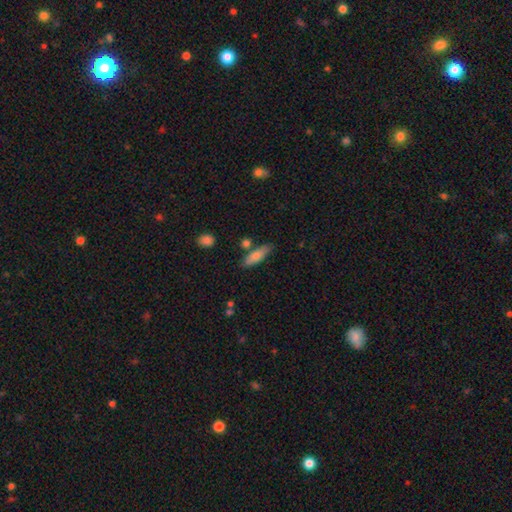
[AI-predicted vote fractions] smooth-or-featured: smooth: 76% | featured or disk: 18% | star or artifact: 6%
  how-rounded: cigar-shaped: 49% | in between: 48% | round: 2%
  merging: none: 74% | minor disturbance: 15% | merger: 8% | major disturbance: 3%